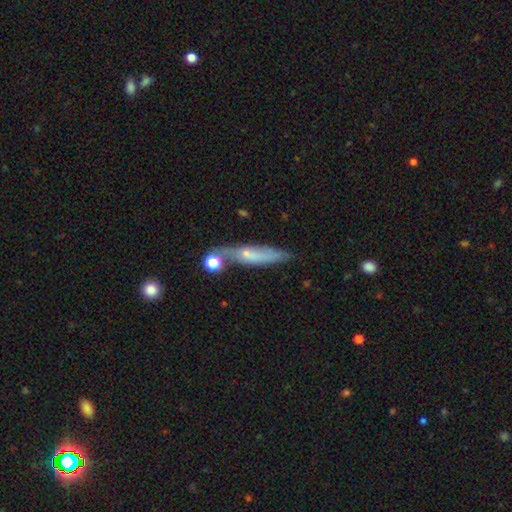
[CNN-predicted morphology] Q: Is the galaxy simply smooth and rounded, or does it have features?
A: smooth — 52%.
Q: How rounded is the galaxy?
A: cigar-shaped — 80%.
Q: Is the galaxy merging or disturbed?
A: none — 61%.